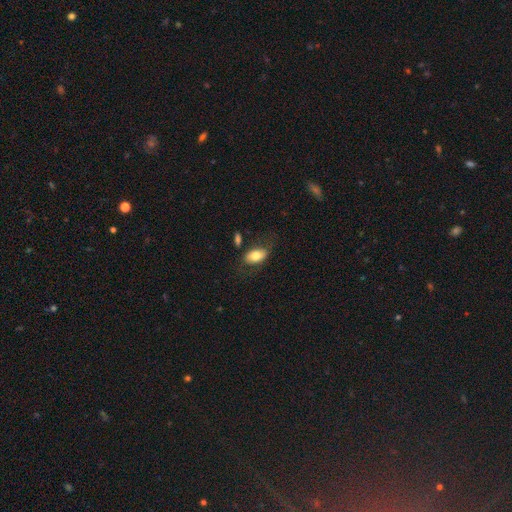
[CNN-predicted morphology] smooth 73%, featured or disk 20%, star or artifact 6%. Down the decision tree: how rounded — in between (92%); merging — none (70%).